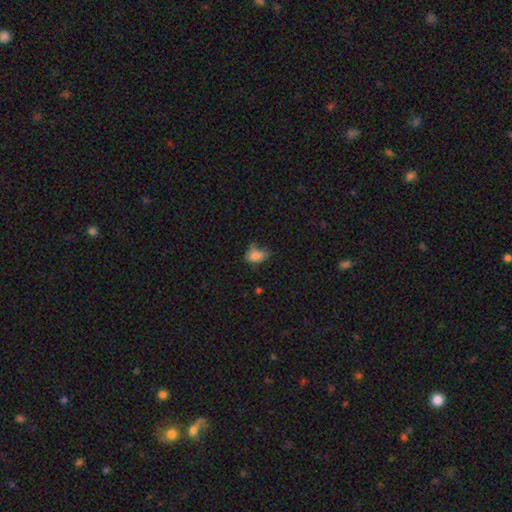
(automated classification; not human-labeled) Smooth or featured? smooth (79%)
How rounded? in between (87%)
Merging? none (44%)